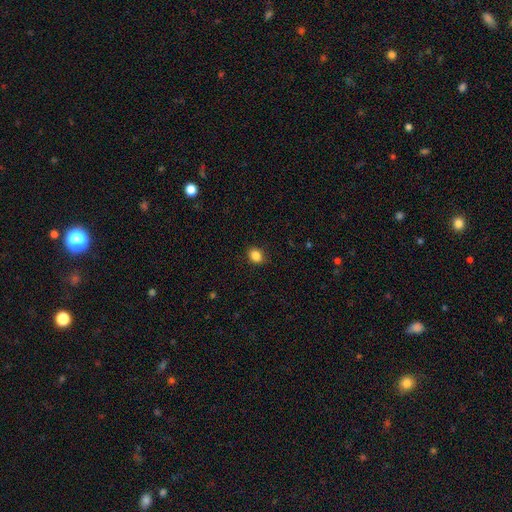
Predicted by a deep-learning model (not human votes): Morphology: type=smooth (86%); roundness=round (54%); merging=none (89%).